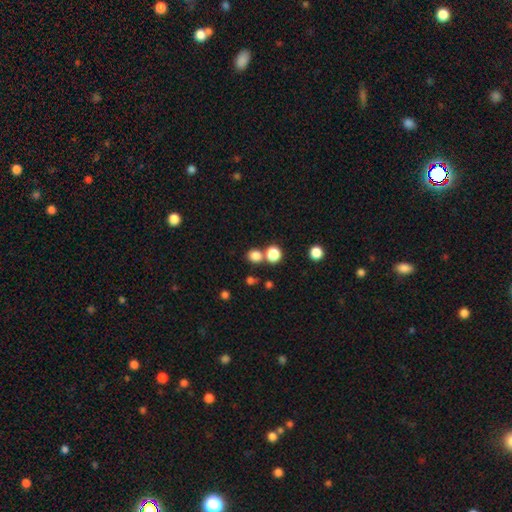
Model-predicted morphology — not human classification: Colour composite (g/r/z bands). It shows a smooth galaxy with no disk features (81%) that is round (81%). Merging: none (64%).